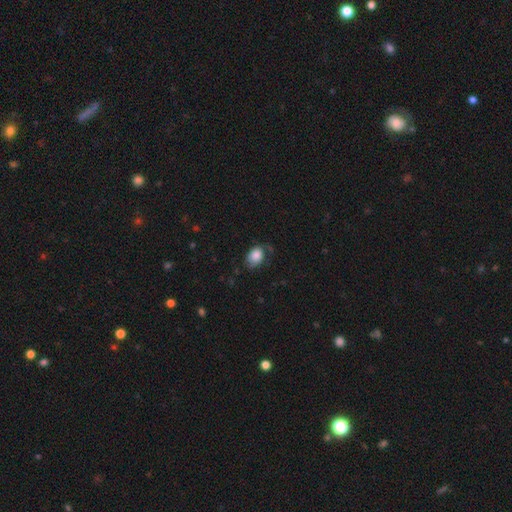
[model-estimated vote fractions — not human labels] smooth-or-featured: smooth: 79% | featured or disk: 14% | star or artifact: 7%
  how-rounded: in between: 75% | round: 24% | cigar-shaped: 1%
  merging: none: 49% | minor disturbance: 30% | major disturbance: 19% | merger: 2%